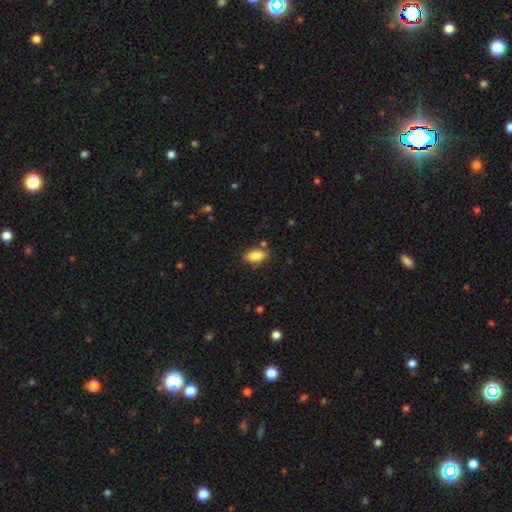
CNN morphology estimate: Smooth or featured: smooth — 84% (star or artifact — 8%)
How rounded: in between — 89% (round — 7%)
Merging: none — 78% (minor disturbance — 15%)